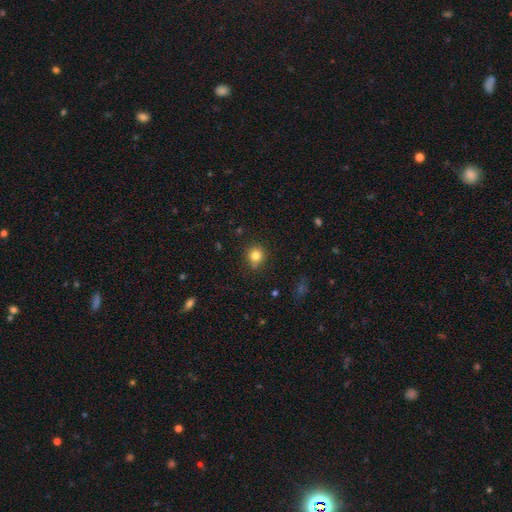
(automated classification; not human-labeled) A smooth galaxy with no disk features (82%) that is round (88%).

Vote fractions:
- Smooth or featured? smooth: 82% / star or artifact: 12% / featured or disk: 6%
- How rounded? round: 88% / in between: 11% / cigar-shaped: 1%
- Merging? none: 81% / minor disturbance: 14% / major disturbance: 3% / merger: 2%